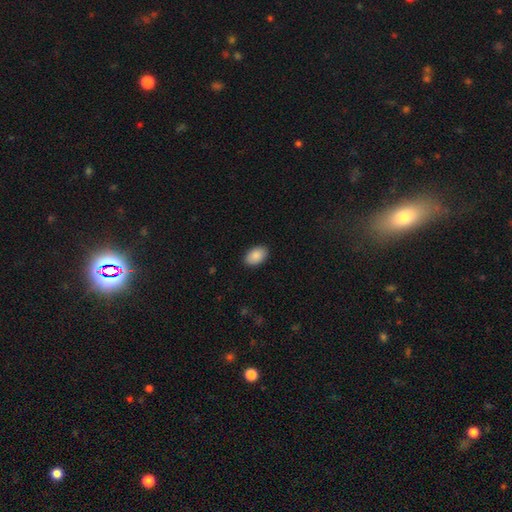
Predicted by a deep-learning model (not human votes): Q: Smooth or featured?
A: smooth (90%); runner-up: star or artifact (6%)
Q: How rounded?
A: in between (91%); runner-up: round (8%)
Q: Merging?
A: none (89%); runner-up: minor disturbance (8%)